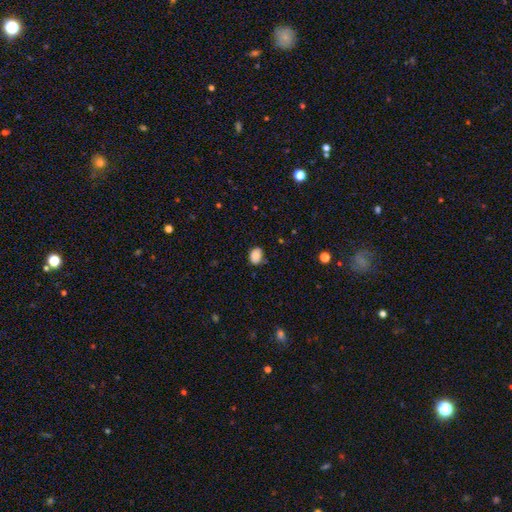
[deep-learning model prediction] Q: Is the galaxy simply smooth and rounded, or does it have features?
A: smooth — 86%.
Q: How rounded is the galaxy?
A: in between — 64%.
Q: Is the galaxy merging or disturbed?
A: none — 72%.